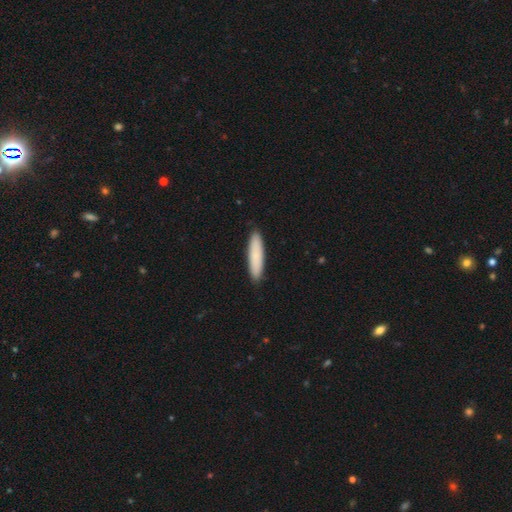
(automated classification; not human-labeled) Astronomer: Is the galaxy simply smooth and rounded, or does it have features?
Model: smooth — 85%.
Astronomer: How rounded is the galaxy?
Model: cigar-shaped — 75%.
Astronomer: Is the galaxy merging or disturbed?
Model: none — 91%.